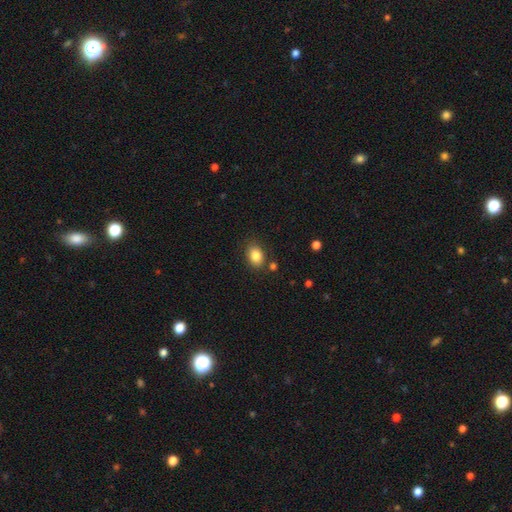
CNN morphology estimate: type=smooth (85%); roundness=in between (75%); merging=none (81%).